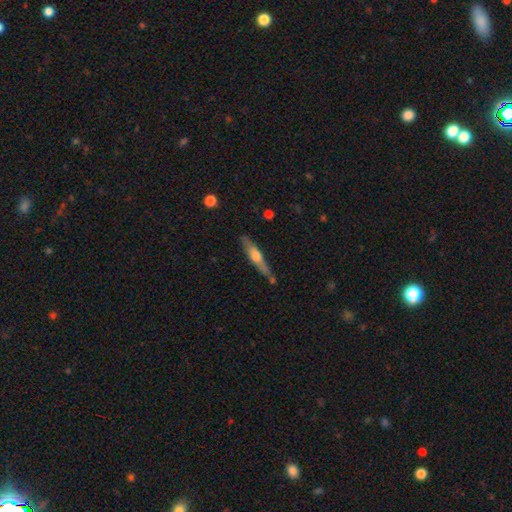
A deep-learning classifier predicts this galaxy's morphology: featured or disk 53%, smooth 41%, star or artifact 6%. Down the decision tree: edge-on disk — yes (91%); merging — none (74%).